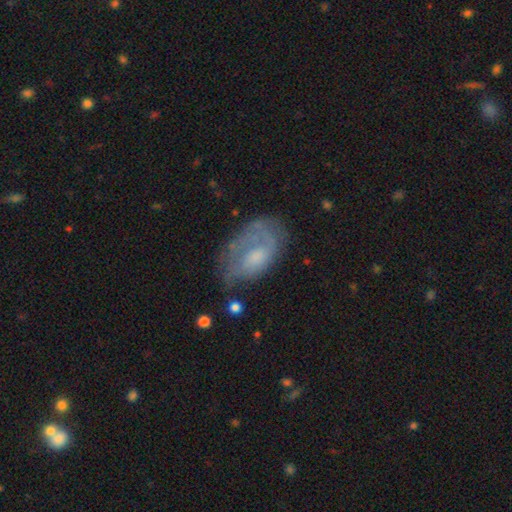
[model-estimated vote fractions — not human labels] Smooth or featured? Predicted: featured or disk (p=0.55). Edge-on disk? Predicted: no (p=0.95). Bar? Predicted: no (p=0.71). Spiral arms? Predicted: yes (p=0.63). Bulge size? Predicted: moderate (p=0.37). Merging? Predicted: none (p=0.49).